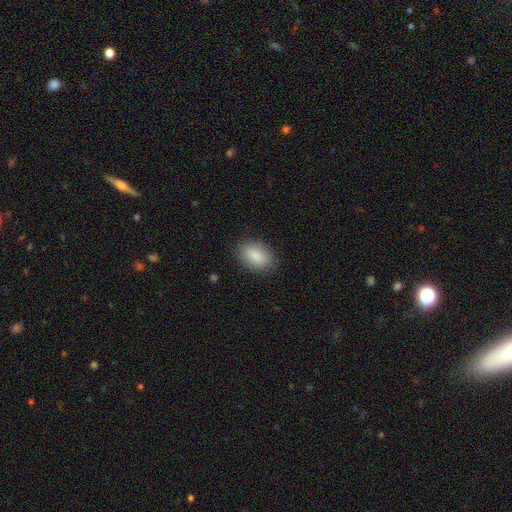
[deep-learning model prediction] smooth_or_featured: smooth (p=0.89) [alt: star or artifact p=0.07]
how_rounded: in between (p=0.86) [alt: round p=0.12]
merging: none (p=0.85) [alt: minor disturbance p=0.11]